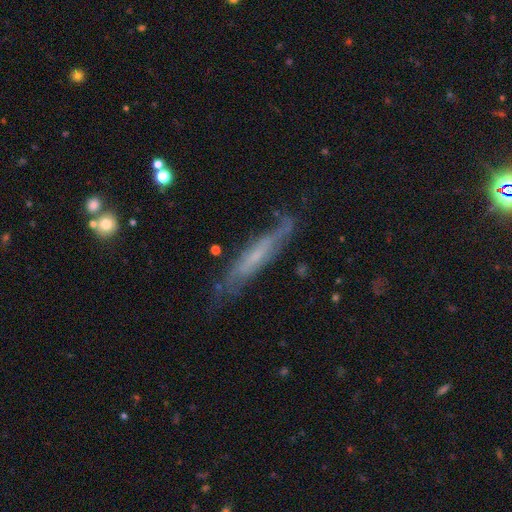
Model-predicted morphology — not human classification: Q: Smooth or featured?
A: featured or disk (64%); runner-up: smooth (29%)
Q: Edge-on disk?
A: yes (64%); runner-up: no (36%)
Q: Merging?
A: none (68%); runner-up: minor disturbance (22%)